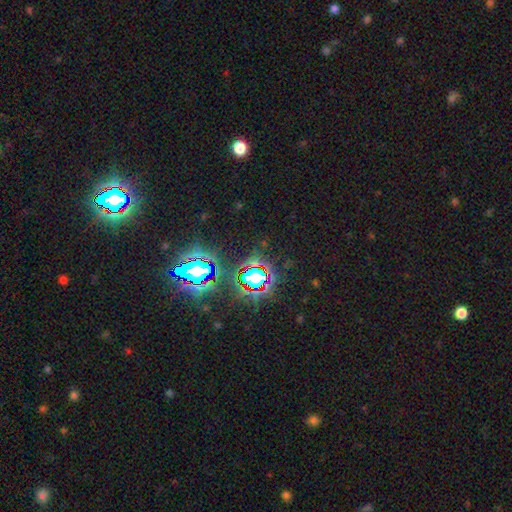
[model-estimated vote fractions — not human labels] Morphology: type=star or artifact (82%).